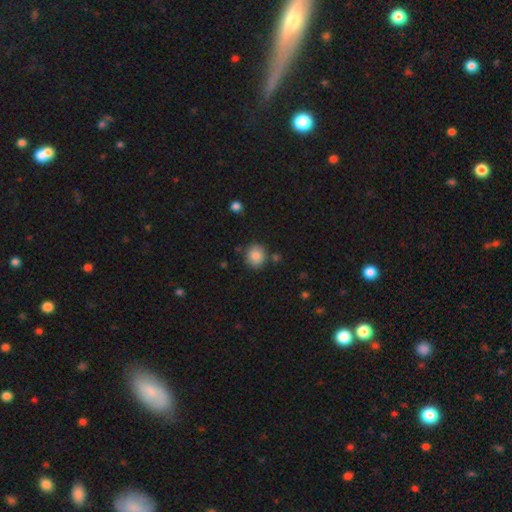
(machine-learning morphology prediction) Q: Smooth or featured?
A: smooth (86%); runner-up: star or artifact (9%)
Q: How rounded?
A: round (84%); runner-up: in between (15%)
Q: Merging?
A: none (82%); runner-up: minor disturbance (10%)